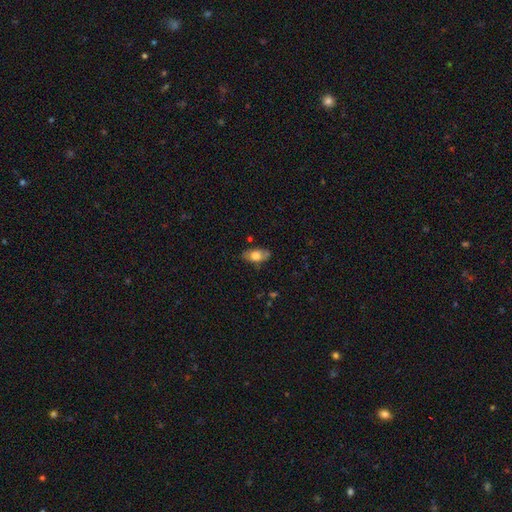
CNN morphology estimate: smooth-or-featured: smooth: 66% | featured or disk: 26% | star or artifact: 7%
  how-rounded: in between: 88% | round: 6% | cigar-shaped: 6%
  merging: none: 74% | minor disturbance: 20% | major disturbance: 4% | merger: 2%